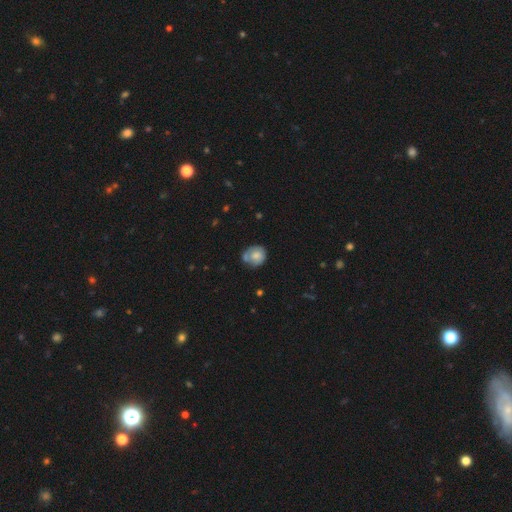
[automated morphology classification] Overall: smooth (69%). How rounded: round (74%). Merging: none (49%; minor disturbance 28%).